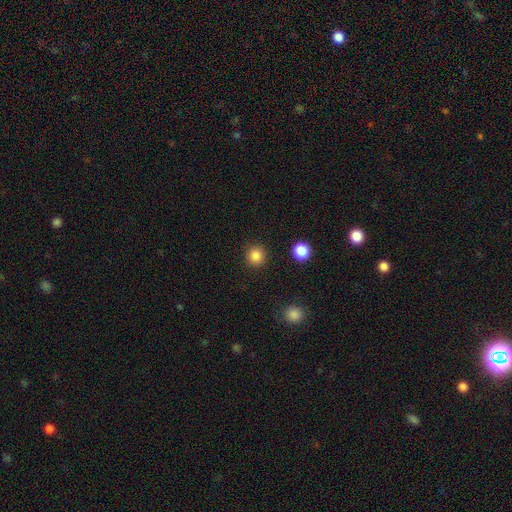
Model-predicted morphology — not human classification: Smooth or featured? smooth (85%)
How rounded? round (93%)
Merging? none (91%)